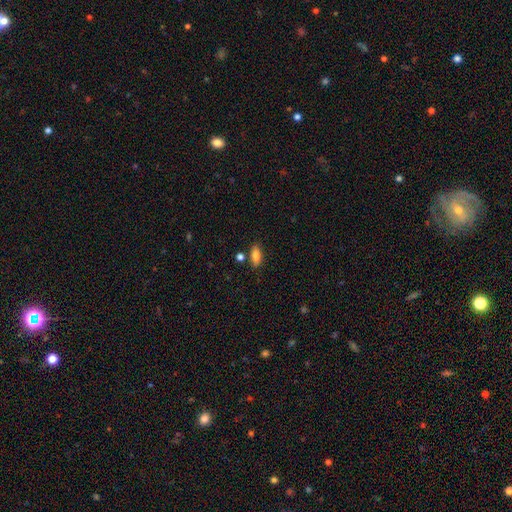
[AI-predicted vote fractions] Smooth or featured: smooth — 83% (featured or disk — 9%)
How rounded: in between — 84% (cigar-shaped — 13%)
Merging: none — 80% (minor disturbance — 11%)